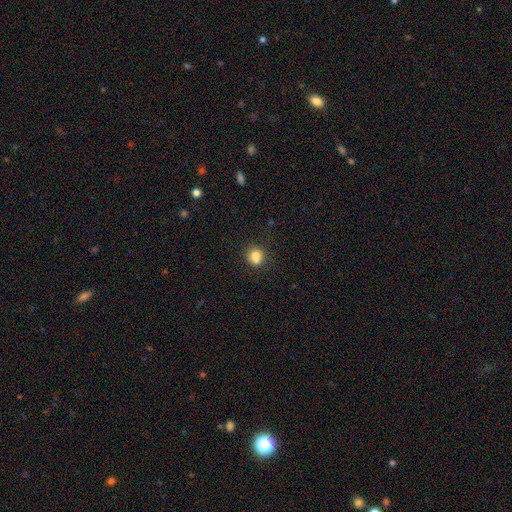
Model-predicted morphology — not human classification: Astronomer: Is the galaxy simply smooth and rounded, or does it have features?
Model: smooth — 79%.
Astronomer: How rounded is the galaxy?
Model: round — 79%.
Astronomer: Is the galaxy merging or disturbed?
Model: none — 62%.